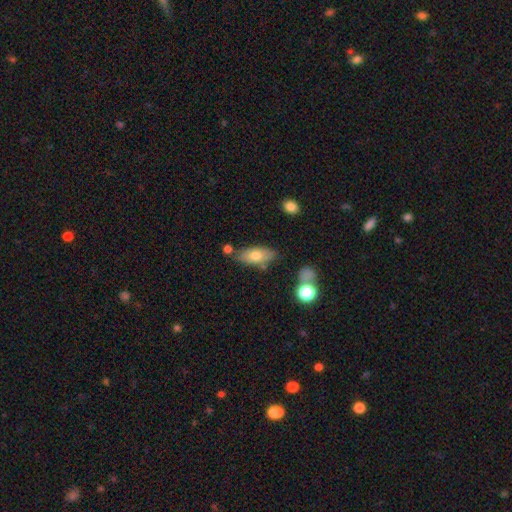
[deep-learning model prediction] This appears to be a smooth galaxy with no disk features (71%) that is in between round and cigar-shaped (85%). Merging: none (69%).